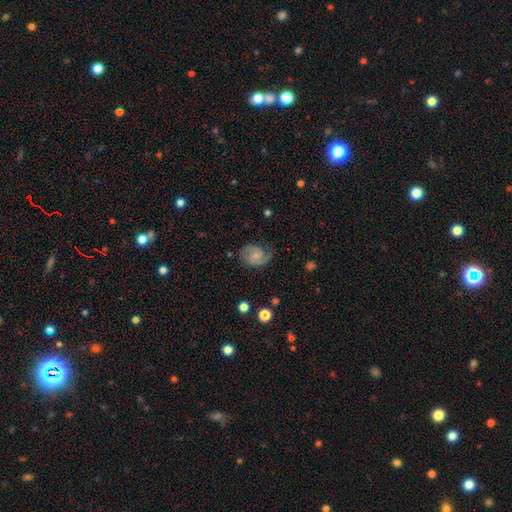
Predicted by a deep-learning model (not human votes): The model was most divided on "spiral winding": medium: 52%, tight: 33%, loose: 15%. More confident: edge-on disk — no (98%); spiral arms — yes (97%); spiral arm count — 2 (89%); smooth or featured — featured or disk (83%); merging — none (75%); bar — no (63%); bulge size — small (60%).